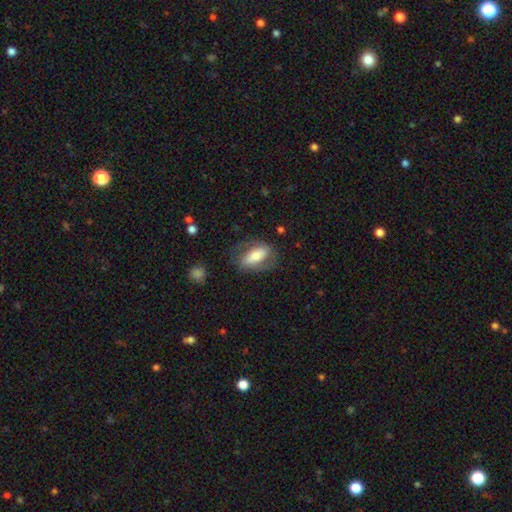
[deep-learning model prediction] The model was most divided on "smooth or featured": smooth: 52%, featured or disk: 41%, star or artifact: 7%. More confident: how rounded — in between (84%); merging — none (69%).